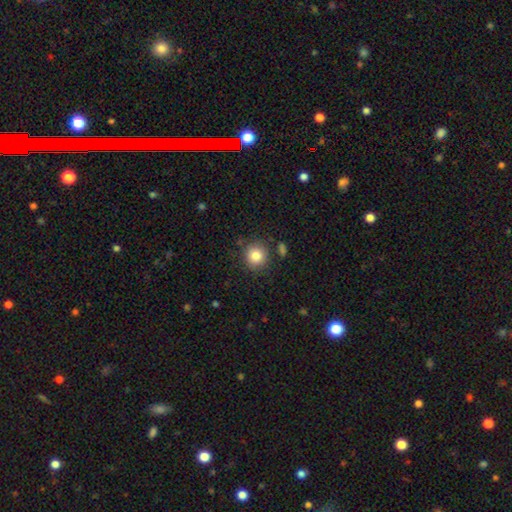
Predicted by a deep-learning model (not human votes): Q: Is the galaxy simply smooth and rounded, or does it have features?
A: smooth — 83%.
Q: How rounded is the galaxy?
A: round — 90%.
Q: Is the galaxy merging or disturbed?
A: none — 85%.